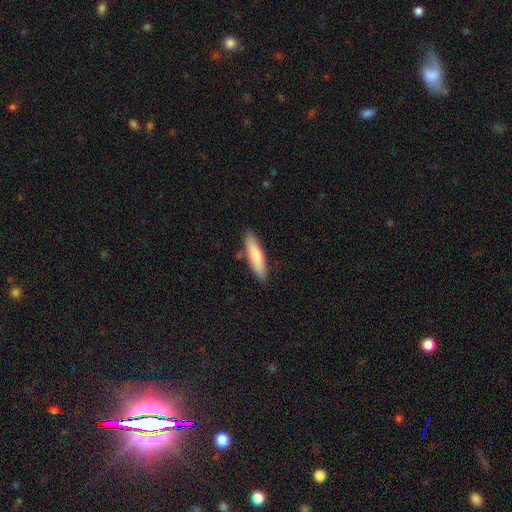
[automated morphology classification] Q: Smooth or featured?
A: smooth (79%); runner-up: featured or disk (16%)
Q: How rounded?
A: cigar-shaped (74%); runner-up: in between (25%)
Q: Merging?
A: none (84%); runner-up: minor disturbance (11%)